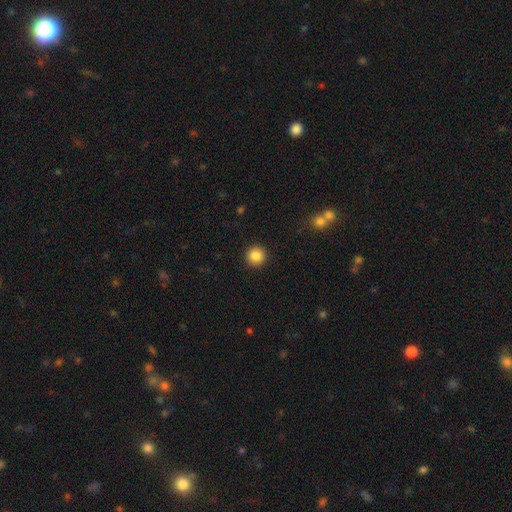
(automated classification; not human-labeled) Smooth or featured?
  - smooth: 87% *
  - star or artifact: 9%
  - featured or disk: 4%
How rounded?
  - round: 95% *
  - in between: 4%
  - cigar-shaped: 1%
Merging?
  - none: 92% *
  - minor disturbance: 5%
  - major disturbance: 2%
  - merger: 1%